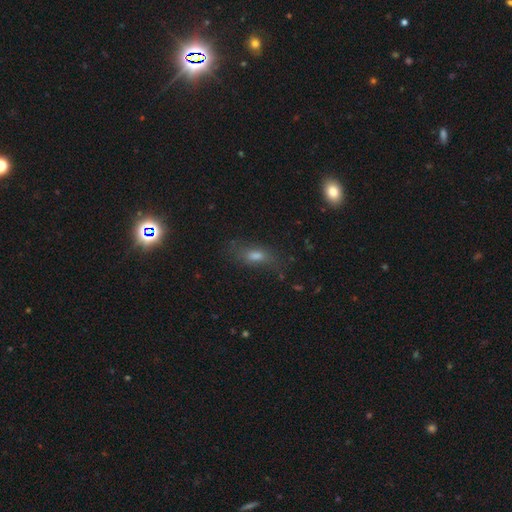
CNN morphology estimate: Q: Smooth or featured?
A: smooth (57%); runner-up: featured or disk (24%)
Q: How rounded?
A: in between (67%); runner-up: cigar-shaped (25%)
Q: Merging?
A: none (65%); runner-up: minor disturbance (20%)